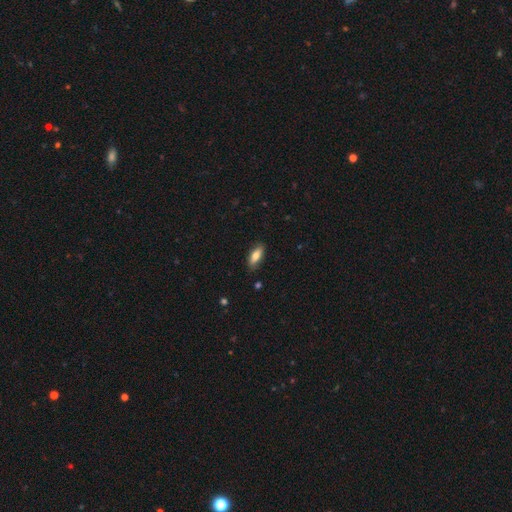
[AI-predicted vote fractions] Smooth or featured: smooth — 77% (featured or disk — 17%)
How rounded: in between — 75% (cigar-shaped — 23%)
Merging: none — 84% (minor disturbance — 12%)